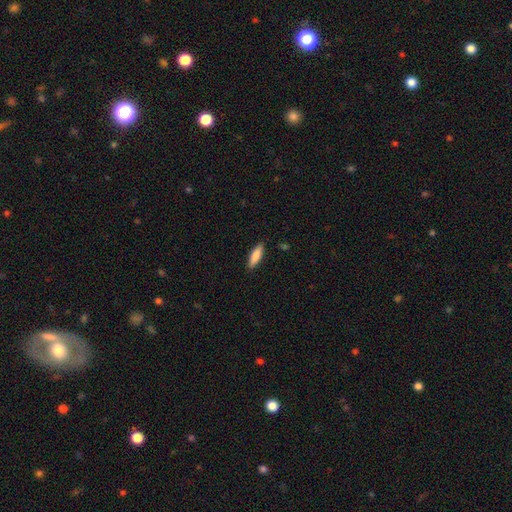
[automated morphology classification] This is clearly a smooth galaxy (86%). How rounded: possibly cigar-shaped (52%). Merging: clearly none (88%).